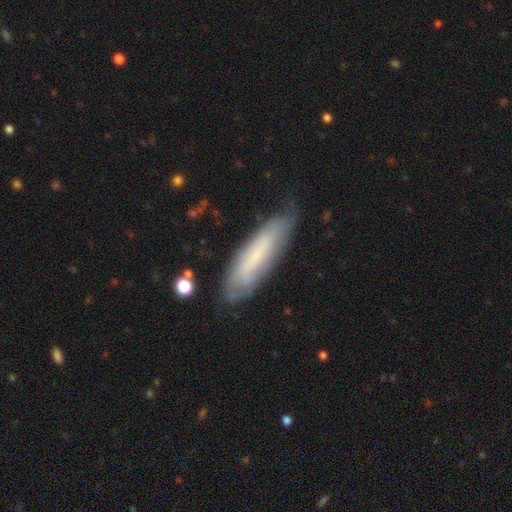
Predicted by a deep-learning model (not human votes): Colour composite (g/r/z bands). It shows a smooth galaxy with no disk features (50%). Merging: none (69%).